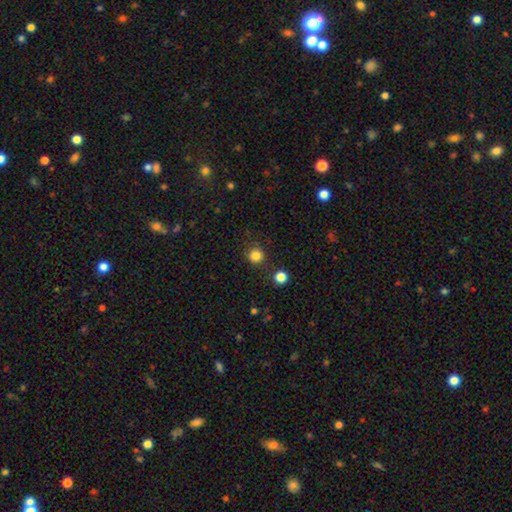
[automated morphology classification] The model was most divided on "smooth or featured": smooth: 83%, star or artifact: 13%, featured or disk: 4%. More confident: how rounded — round (92%); merging — none (84%).